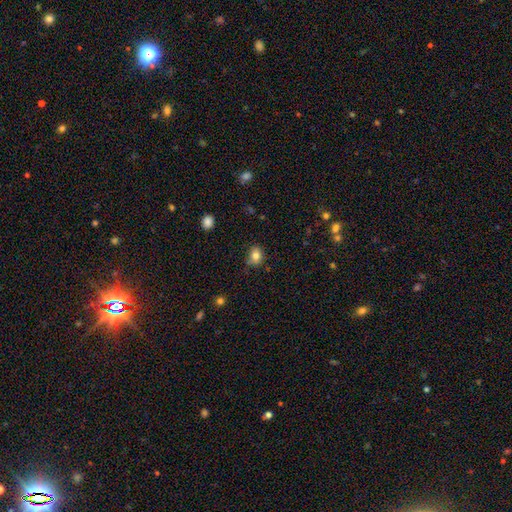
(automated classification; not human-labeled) The model was most divided on "how rounded": in between: 52%, round: 47%, cigar-shaped: 1%. More confident: smooth or featured — smooth (81%); merging — none (72%).